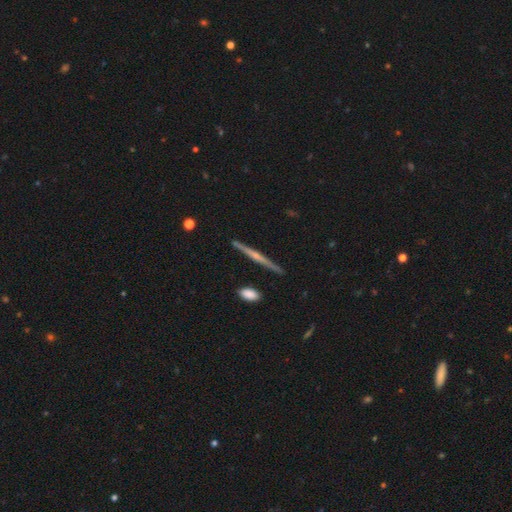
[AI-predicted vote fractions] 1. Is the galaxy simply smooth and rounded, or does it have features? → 70% featured or disk, 24% smooth, 6% star or artifact.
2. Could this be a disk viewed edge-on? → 98% yes, 2% no.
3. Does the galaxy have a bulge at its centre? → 61% rounded, 31% none, 8% boxy.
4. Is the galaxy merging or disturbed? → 90% none, 7% minor disturbance, 2% merger, 1% major disturbance.